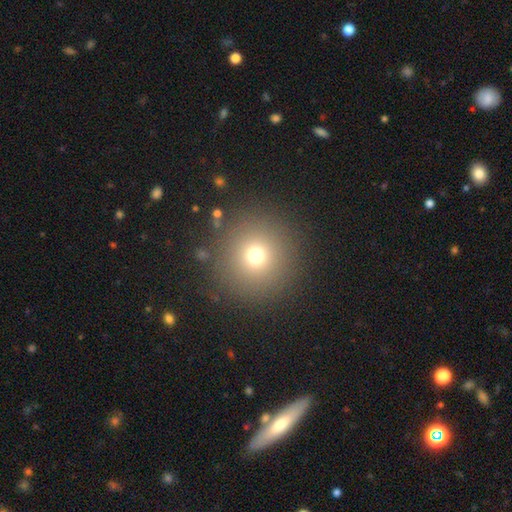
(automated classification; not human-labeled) This appears to be a smooth galaxy with no disk features (71%) that is round (95%). Merging: none (87%).